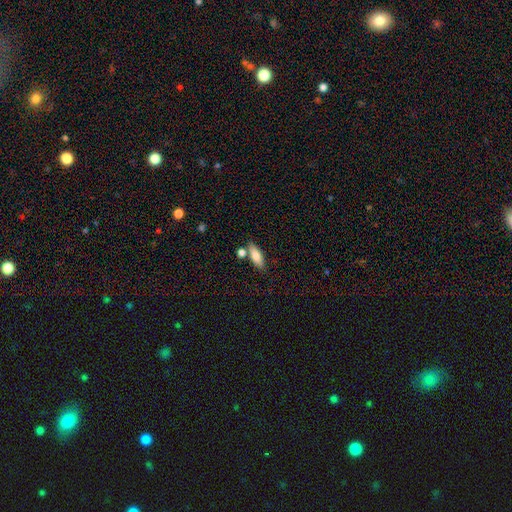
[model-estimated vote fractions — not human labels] Smooth or featured: smooth — 79% (featured or disk — 15%)
How rounded: in between — 65% (cigar-shaped — 31%)
Merging: none — 70% (merger — 15%)